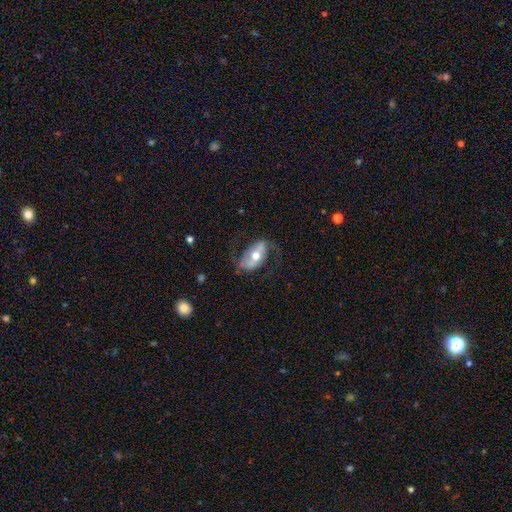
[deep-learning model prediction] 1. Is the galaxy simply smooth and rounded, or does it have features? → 66% featured or disk, 28% smooth, 6% star or artifact.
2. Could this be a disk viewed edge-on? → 91% no, 9% yes.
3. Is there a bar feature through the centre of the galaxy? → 36% no, 32% weak, 31% strong.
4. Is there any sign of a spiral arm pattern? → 77% yes, 23% no.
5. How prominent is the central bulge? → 75% moderate, 13% small, 10% large, 1% dominant, 1% none.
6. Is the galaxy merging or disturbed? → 62% none, 21% minor disturbance, 16% major disturbance, 2% merger.